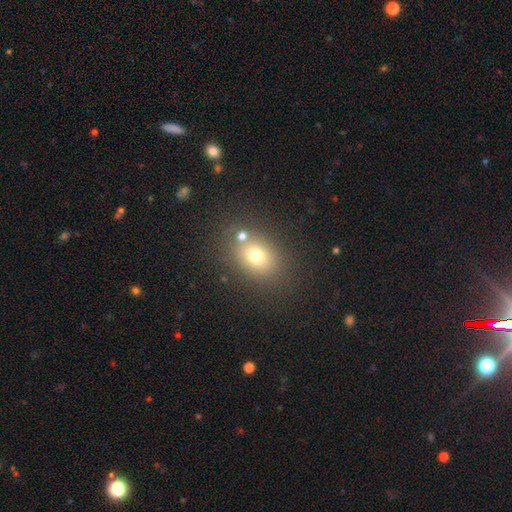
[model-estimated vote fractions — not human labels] smooth 72%, star or artifact 15%, featured or disk 13%. Down the decision tree: how rounded — in between (62%); merging — none (72%).